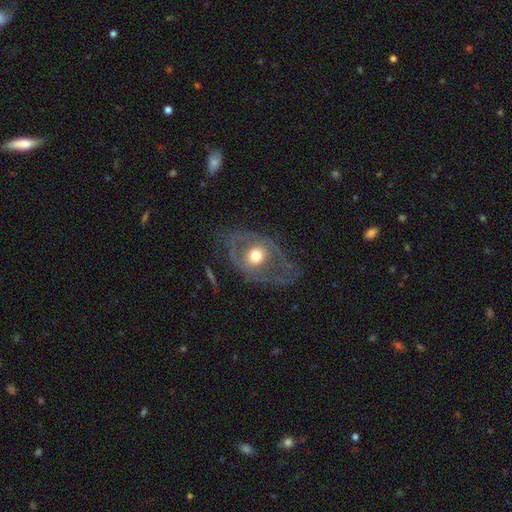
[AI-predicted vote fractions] This is likely a featured or disk galaxy (65%). It is clearly not viewed edge-on (93%). Bar: likely no (76%). Spiral arm pattern: likely no (62%). Central bulge: likely moderate (68%). Merging: likely none (60%).